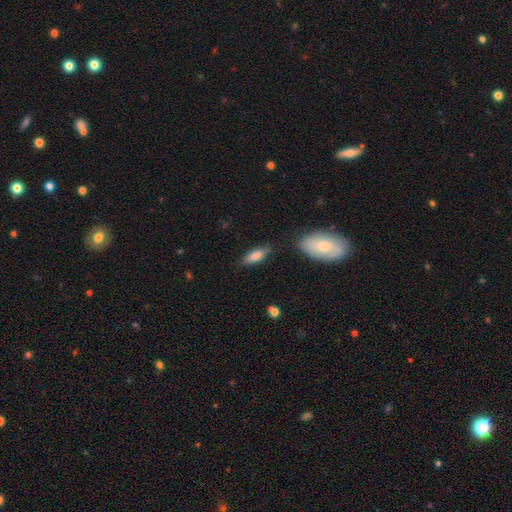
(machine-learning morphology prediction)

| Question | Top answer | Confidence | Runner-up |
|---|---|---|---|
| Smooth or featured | smooth | 77% | featured or disk (16%) |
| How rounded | in between | 65% | cigar-shaped (32%) |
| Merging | none | 75% | minor disturbance (17%) |